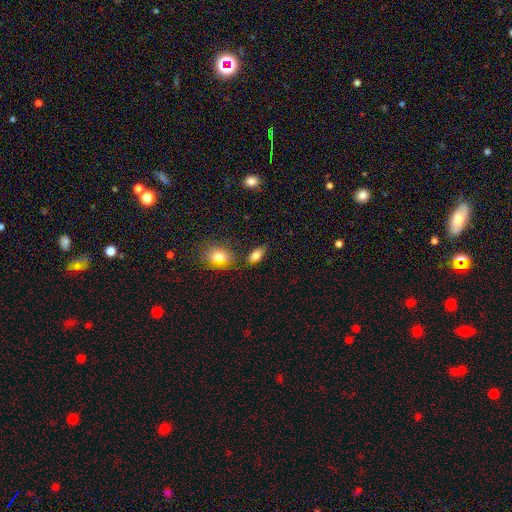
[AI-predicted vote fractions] smooth 80%, featured or disk 11%, star or artifact 9%. Down the decision tree: how rounded — in between (85%); merging — none (71%).